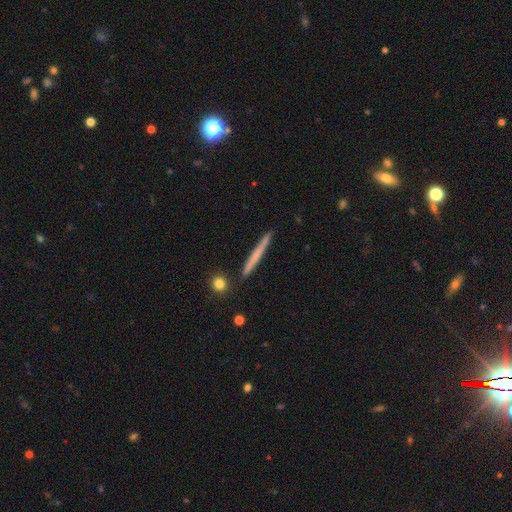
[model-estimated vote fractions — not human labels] Morphology: type=smooth (54%); roundness=cigar-shaped (97%); merging=none (89%).